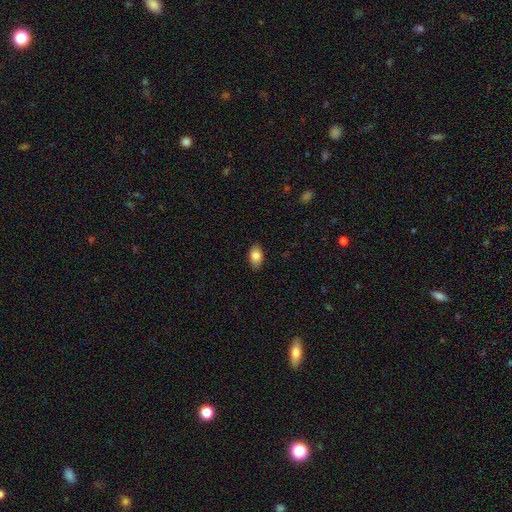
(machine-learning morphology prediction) smooth 84%, featured or disk 9%, star or artifact 7%. Down the decision tree: how rounded — in between (91%); merging — none (86%).